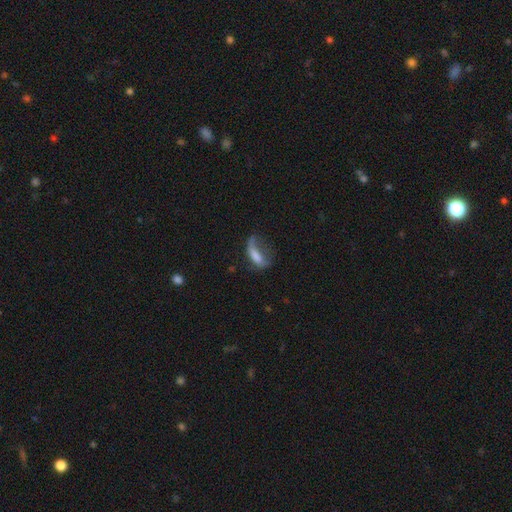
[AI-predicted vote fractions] Smooth or featured? Predicted: smooth (p=0.60). How rounded? Predicted: in between (p=0.68). Merging? Predicted: major disturbance (p=0.51).